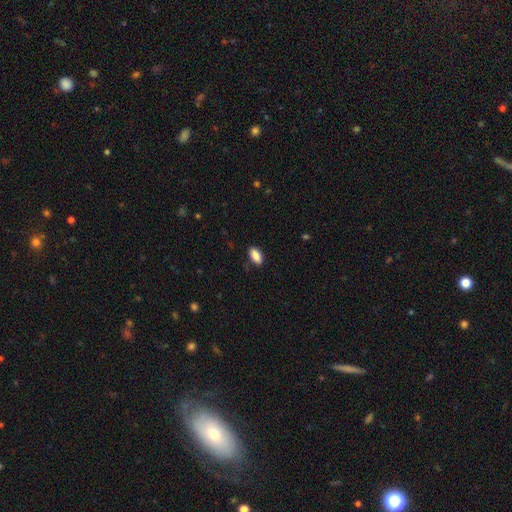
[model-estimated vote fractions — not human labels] Overall: smooth (88%). How rounded: in between (90%). Merging: none (85%).